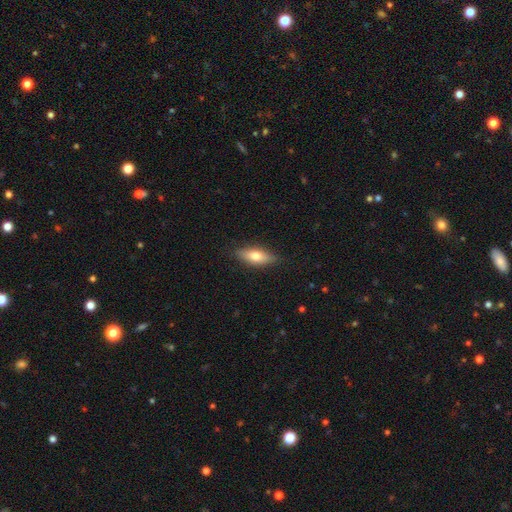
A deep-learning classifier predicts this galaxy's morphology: This appears to be a smooth galaxy with no disk features (69%) that is in between round and cigar-shaped (65%). Merging: none (86%).